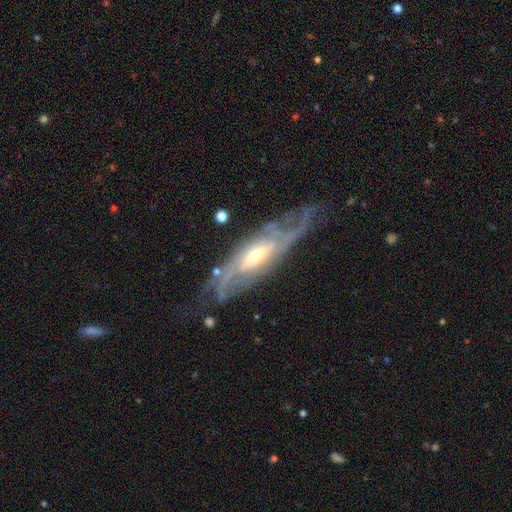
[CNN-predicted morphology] Q: Smooth or featured?
A: featured or disk (87%); runner-up: smooth (8%)
Q: Edge-on disk?
A: no (77%); runner-up: yes (23%)
Q: Bar?
A: weak (41%); runner-up: no (38%)
Q: Spiral arms?
A: yes (94%); runner-up: no (6%)
Q: Spiral winding?
A: medium (40%); tied with: tight (40%)
Q: Spiral arm count?
A: 2 (44%); runner-up: can't tell (31%)
Q: Bulge size?
A: moderate (57%); runner-up: small (32%)
Q: Merging?
A: none (65%); runner-up: minor disturbance (20%)